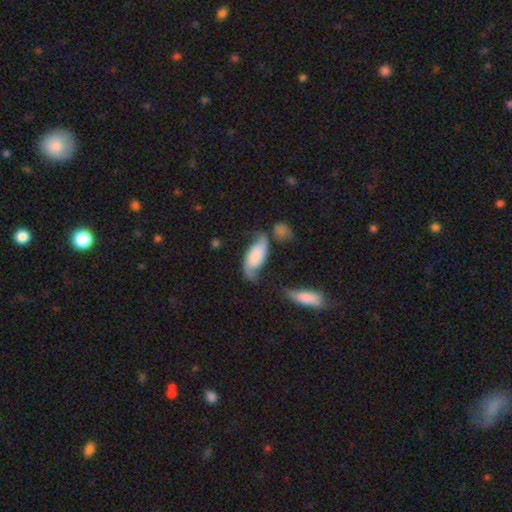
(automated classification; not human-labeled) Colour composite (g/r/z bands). It shows a featured or disk galaxy (53%). Merging: none (48%).